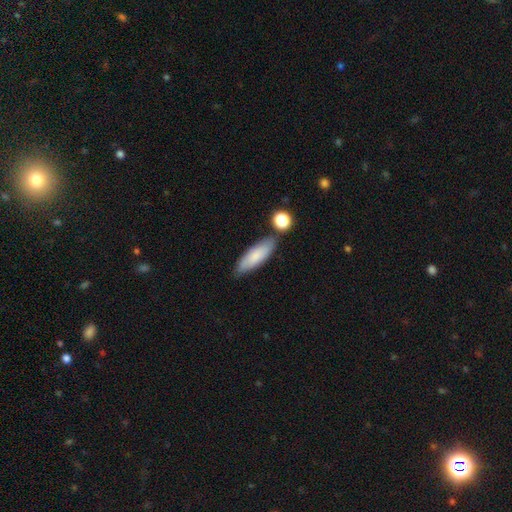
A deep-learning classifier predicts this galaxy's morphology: Smooth or featured?
  - smooth: 81% *
  - featured or disk: 13%
  - star or artifact: 6%
How rounded?
  - in between: 54% *
  - cigar-shaped: 44%
  - round: 2%
Merging?
  - none: 75% *
  - minor disturbance: 14%
  - merger: 7%
  - major disturbance: 3%